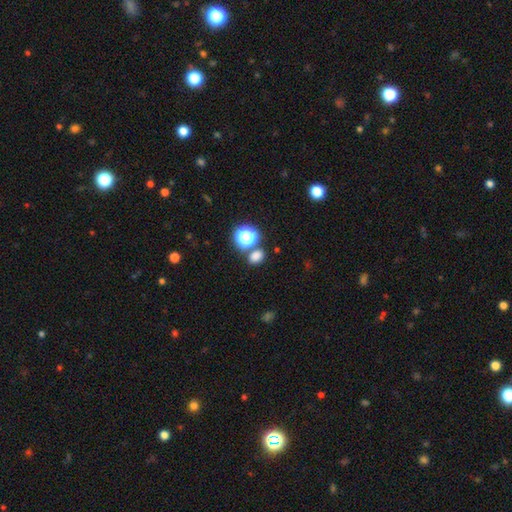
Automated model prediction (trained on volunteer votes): A smooth galaxy with no disk features (75%) that is in between round and cigar-shaped (55%).

Vote fractions:
- Smooth or featured? smooth: 75% / star or artifact: 19% / featured or disk: 5%
- How rounded? in between: 55% / round: 44% / cigar-shaped: 1%
- Merging? none: 69% / merger: 18% / minor disturbance: 9% / major disturbance: 4%